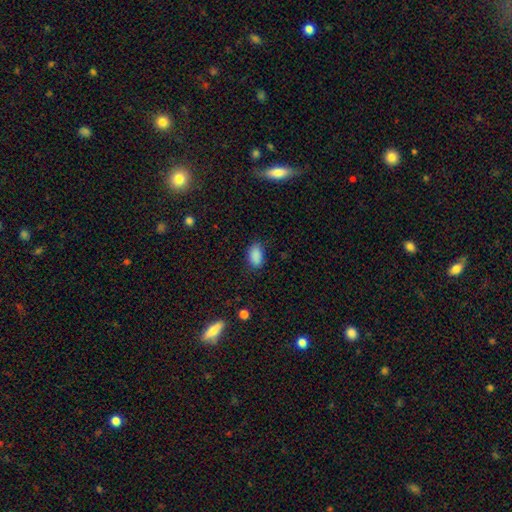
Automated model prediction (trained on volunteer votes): smooth-or-featured: smooth: 88% | star or artifact: 9% | featured or disk: 3%
  how-rounded: in between: 90% | round: 8% | cigar-shaped: 2%
  merging: none: 79% | minor disturbance: 16% | major disturbance: 4% | merger: 1%